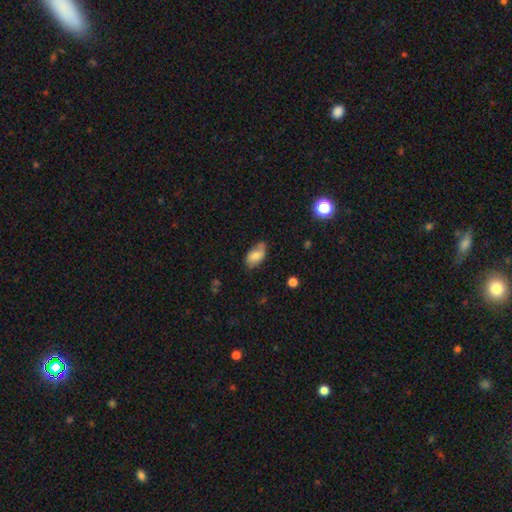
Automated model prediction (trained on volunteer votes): smooth-or-featured: smooth: 72% | featured or disk: 20% | star or artifact: 8%
  how-rounded: in between: 93% | round: 5% | cigar-shaped: 3%
  merging: none: 58% | minor disturbance: 31% | major disturbance: 7% | merger: 3%